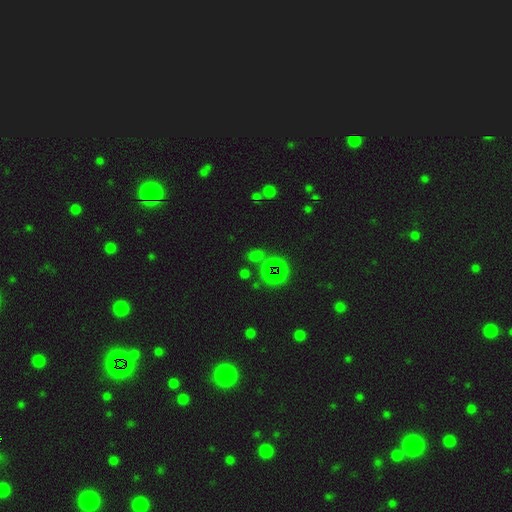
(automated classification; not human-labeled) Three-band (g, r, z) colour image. It shows a star or artifact, not a galaxy (52%).